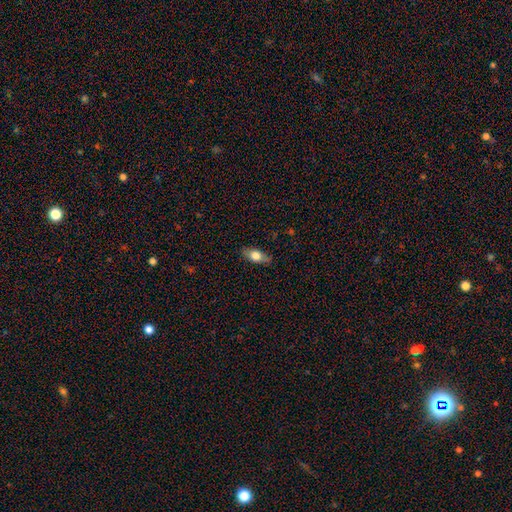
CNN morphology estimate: This is likely a smooth galaxy (71%). How rounded: clearly in between (81%). Merging: clearly none (83%).